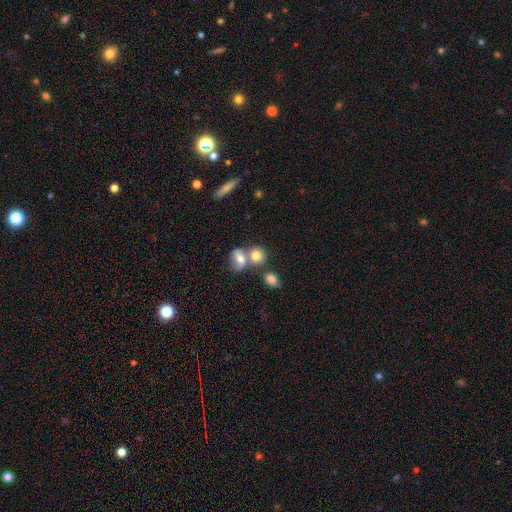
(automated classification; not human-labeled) Q: Smooth or featured?
A: smooth (77%); runner-up: featured or disk (13%)
Q: How rounded?
A: round (65%); runner-up: in between (34%)
Q: Merging?
A: merger (47%); runner-up: none (39%)